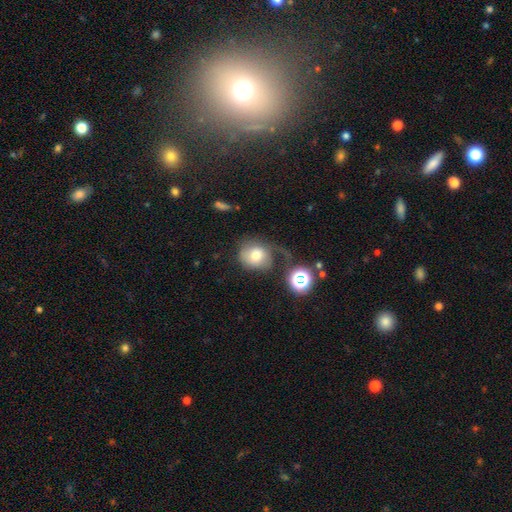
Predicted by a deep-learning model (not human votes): This is likely a smooth galaxy (66%). How rounded: likely round (69%). Merging: marginally none (36%).